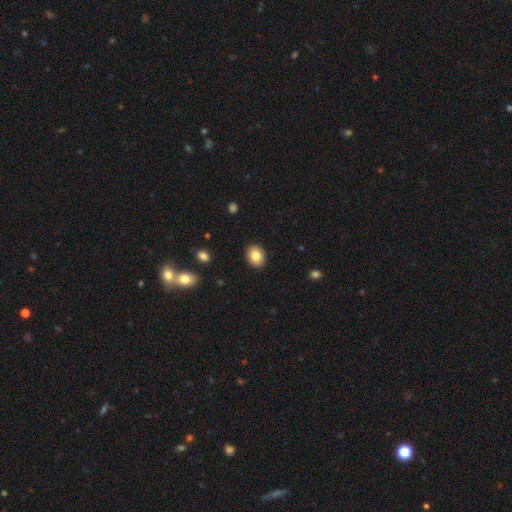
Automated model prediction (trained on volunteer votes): Smooth or featured: smooth — 84% (star or artifact — 8%)
How rounded: in between — 56% (round — 43%)
Merging: none — 90% (minor disturbance — 7%)